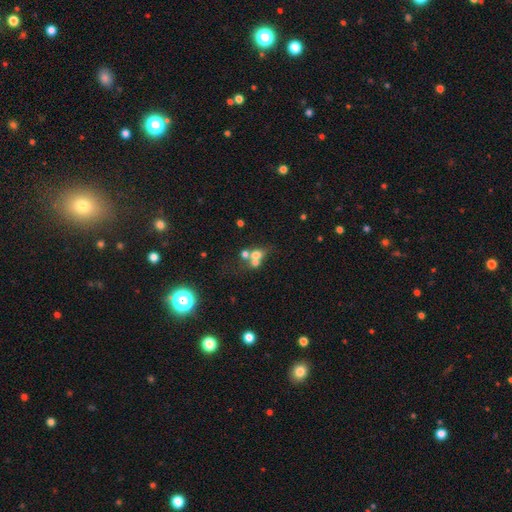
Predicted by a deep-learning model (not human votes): Smooth or featured: smooth — 60% (featured or disk — 23%)
How rounded: round — 66% (in between — 32%)
Merging: merger — 57% (none — 29%)